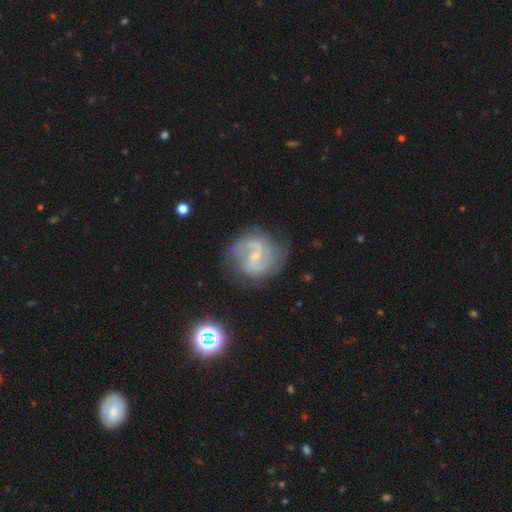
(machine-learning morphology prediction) Overall: featured or disk (85%). Edge-on disk: no (98%). Bar: weak (53%; no 32%). Spiral arms: yes (96%). Spiral arm count: 2 (78%). Spiral winding: medium (52%; loose 29%). Bulge size: small (75%). Merging: none (70%).